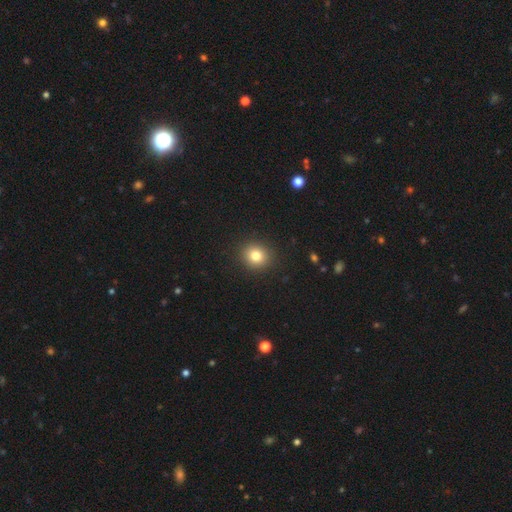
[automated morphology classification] smooth 80%, star or artifact 12%, featured or disk 8%. Down the decision tree: how rounded — round (84%); merging — none (91%).